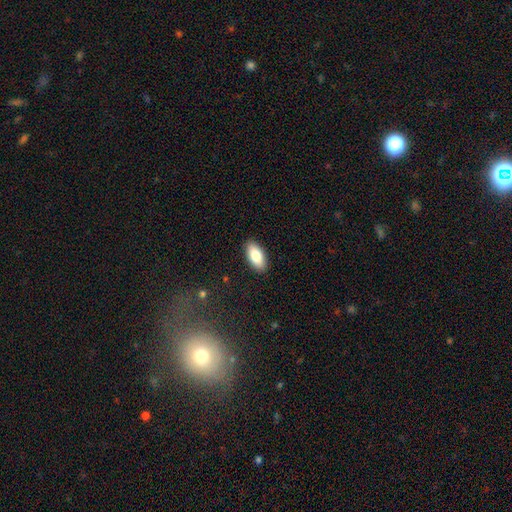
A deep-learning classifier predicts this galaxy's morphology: smooth-or-featured: smooth: 82% | featured or disk: 11% | star or artifact: 6%
  how-rounded: in between: 91% | cigar-shaped: 7% | round: 2%
  merging: none: 90% | minor disturbance: 8% | major disturbance: 2% | merger: 1%